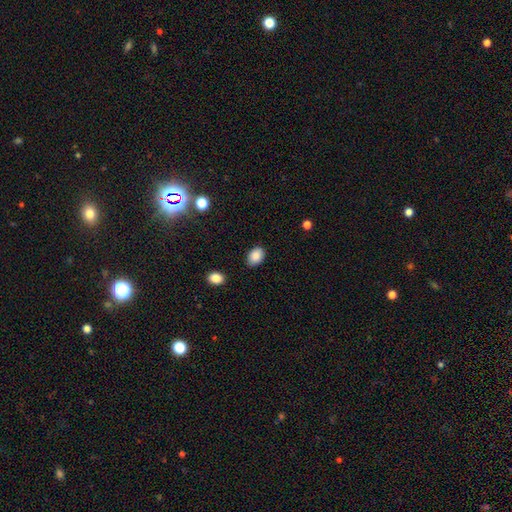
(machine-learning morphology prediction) Q: Smooth or featured?
A: smooth (88%); runner-up: star or artifact (8%)
Q: How rounded?
A: in between (80%); runner-up: round (19%)
Q: Merging?
A: none (83%); runner-up: minor disturbance (12%)